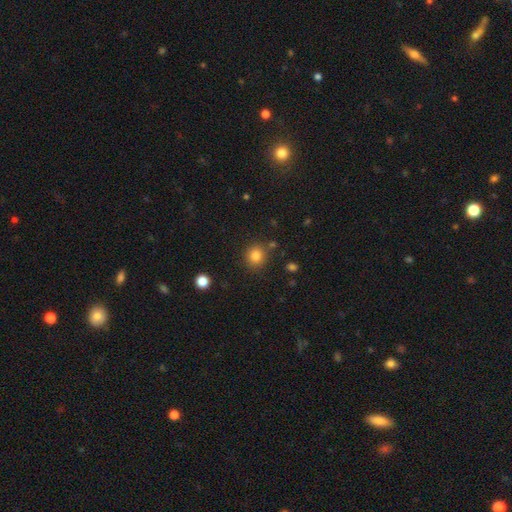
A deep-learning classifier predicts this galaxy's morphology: smooth_or_featured: smooth (p=0.83) [alt: star or artifact p=0.12]
how_rounded: round (p=0.86) [alt: in between p=0.13]
merging: none (p=0.84) [alt: minor disturbance p=0.09]